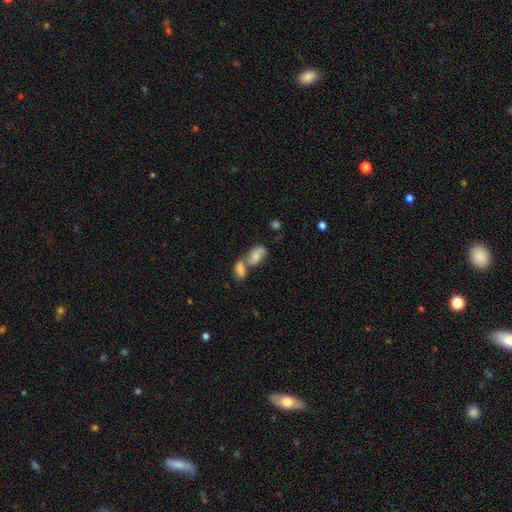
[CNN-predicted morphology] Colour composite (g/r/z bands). It shows a smooth galaxy with no disk features (60%) that is in between round and cigar-shaped (87%). Merging: merger (61%).